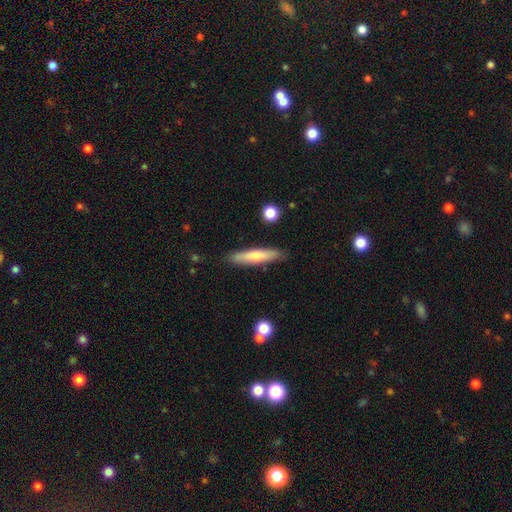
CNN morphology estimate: Smooth or featured? smooth (64%)
How rounded? cigar-shaped (86%)
Merging? none (87%)